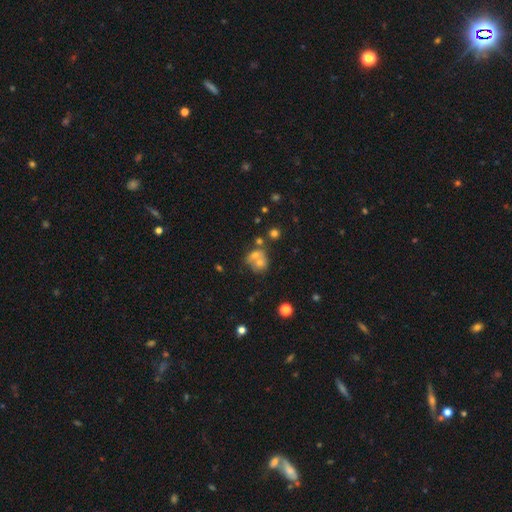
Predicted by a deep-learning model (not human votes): Q: Smooth or featured?
A: smooth (53%); runner-up: featured or disk (29%)
Q: How rounded?
A: round (66%); runner-up: in between (33%)
Q: Merging?
A: merger (49%); runner-up: none (34%)